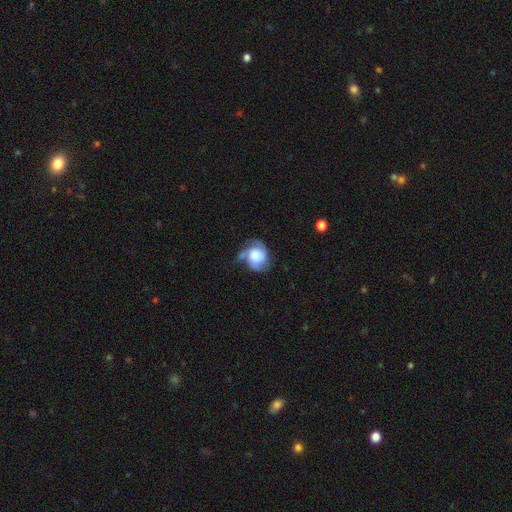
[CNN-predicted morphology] Smooth or featured? Predicted: featured or disk (p=0.55). Edge-on disk? Predicted: no (p=0.97). Bar? Predicted: no (p=0.77). Spiral arms? Predicted: yes (p=0.86). Bulge size? Predicted: large (p=0.36). Merging? Predicted: none (p=0.42).